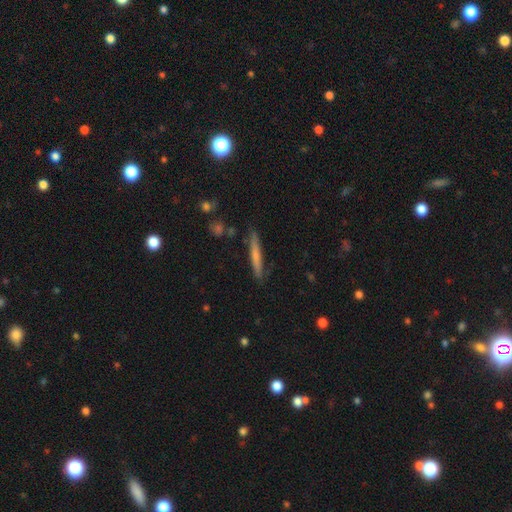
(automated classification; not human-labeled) Smooth or featured? smooth (60%)
How rounded? cigar-shaped (95%)
Merging? none (86%)